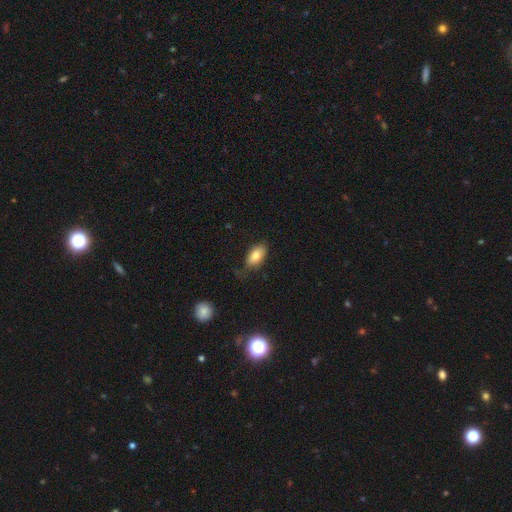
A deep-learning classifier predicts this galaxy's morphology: Smooth or featured: smooth — 81% (featured or disk — 12%)
How rounded: in between — 91% (cigar-shaped — 4%)
Merging: none — 61% (minor disturbance — 27%)